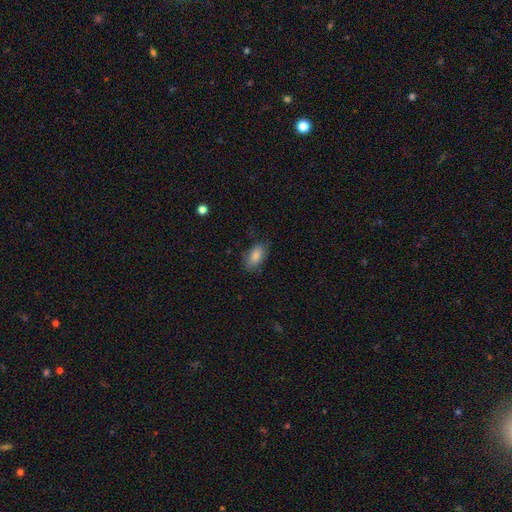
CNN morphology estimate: A smooth galaxy with no disk features (85%) that is in between round and cigar-shaped (91%).

Vote fractions:
- Smooth or featured? smooth: 85% / featured or disk: 8% / star or artifact: 7%
- How rounded? in between: 91% / round: 5% / cigar-shaped: 4%
- Merging? none: 75% / minor disturbance: 19% / major disturbance: 5% / merger: 1%